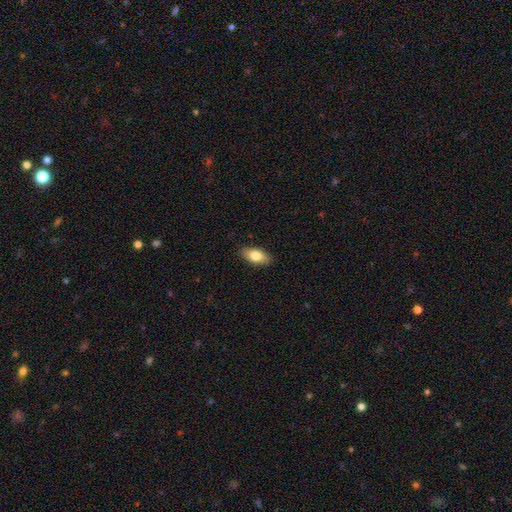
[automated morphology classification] A smooth galaxy with no disk features (81%) that is in between round and cigar-shaped (89%).

Vote fractions:
- Smooth or featured? smooth: 81% / featured or disk: 13% / star or artifact: 6%
- How rounded? in between: 89% / cigar-shaped: 7% / round: 3%
- Merging? none: 88% / minor disturbance: 9% / major disturbance: 2% / merger: 1%